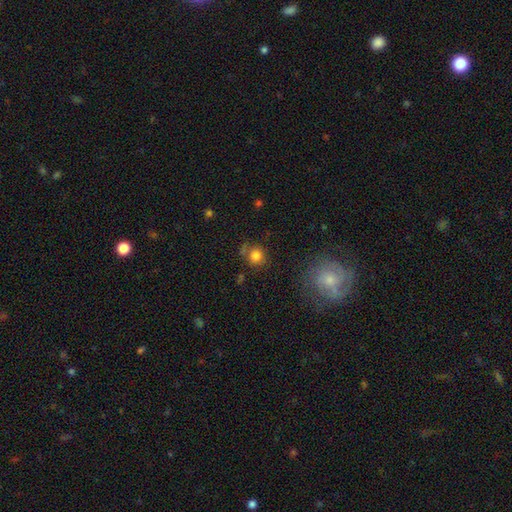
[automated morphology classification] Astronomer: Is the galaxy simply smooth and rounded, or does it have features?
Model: smooth — 82%.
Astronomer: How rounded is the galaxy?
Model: round — 87%.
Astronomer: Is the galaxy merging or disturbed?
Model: none — 70%.